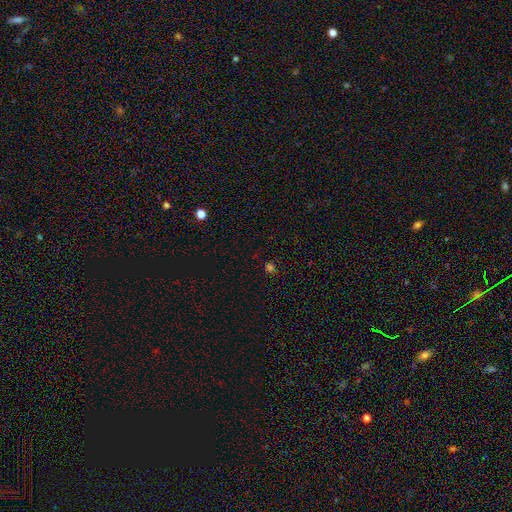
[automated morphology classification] Smooth or featured?
  - smooth: 60% *
  - star or artifact: 36%
  - featured or disk: 5%
How rounded?
  - round: 88% *
  - in between: 11%
  - cigar-shaped: 1%
Merging?
  - none: 86% *
  - minor disturbance: 8%
  - major disturbance: 3%
  - merger: 3%